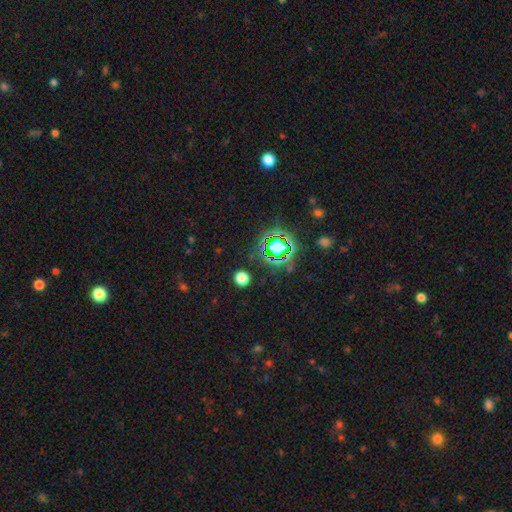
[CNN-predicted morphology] Overall: star or artifact (80%).